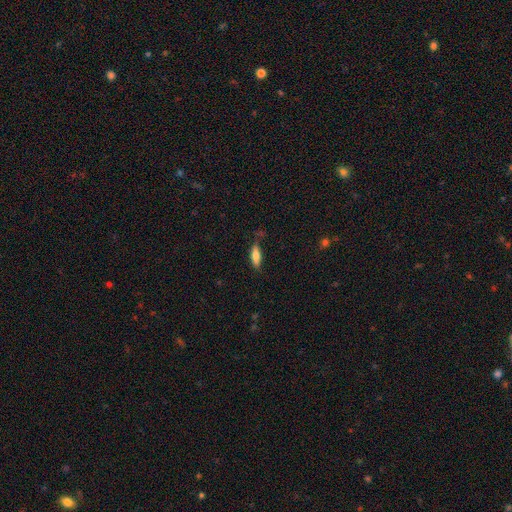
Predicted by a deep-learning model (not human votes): Smooth or featured? Predicted: smooth (p=0.78). How rounded? Predicted: in between (p=0.55). Merging? Predicted: none (p=0.74).